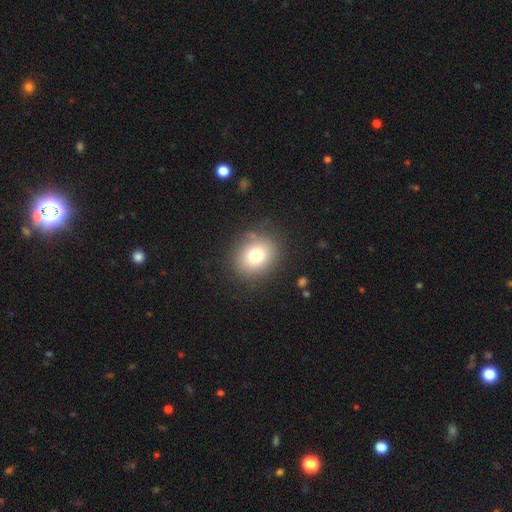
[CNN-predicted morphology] Smooth or featured: smooth — 76% (star or artifact — 12%)
How rounded: round — 72% (in between — 27%)
Merging: none — 85% (minor disturbance — 10%)